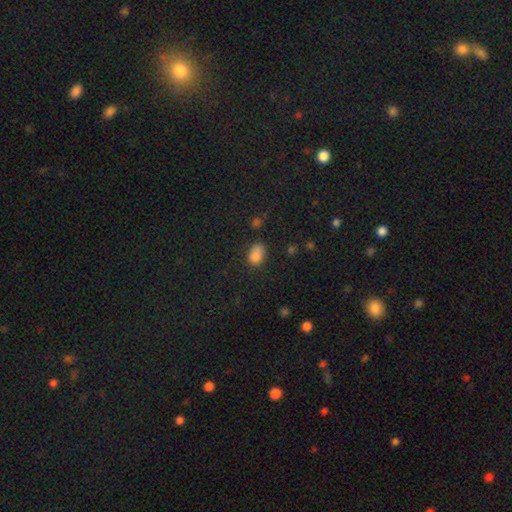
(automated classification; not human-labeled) Smooth or featured: smooth — 81% (star or artifact — 13%)
How rounded: in between — 82% (round — 16%)
Merging: none — 57% (minor disturbance — 26%)